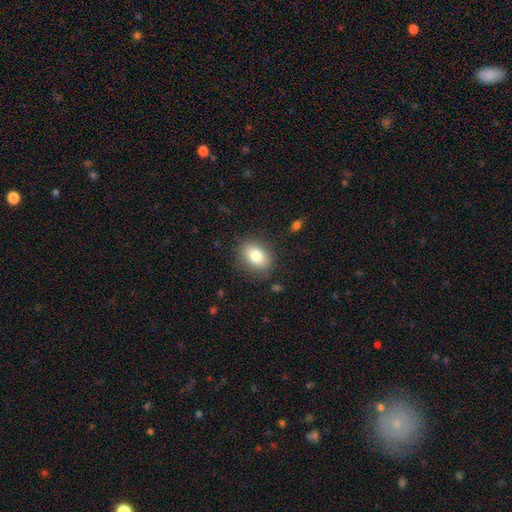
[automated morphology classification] Smooth or featured? smooth (81%)
How rounded? in between (72%)
Merging? none (82%)